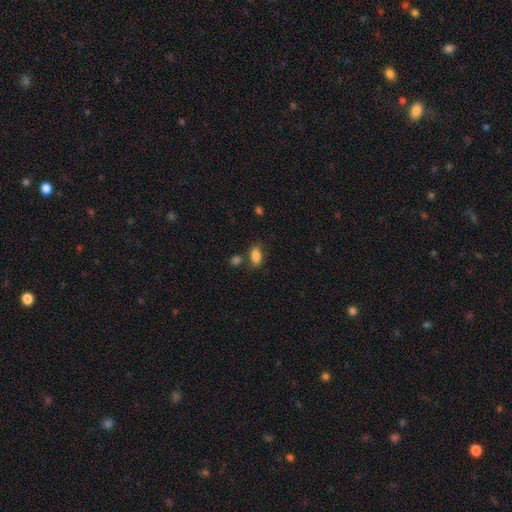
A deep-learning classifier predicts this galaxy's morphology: Smooth or featured?
  - smooth: 84% *
  - star or artifact: 9%
  - featured or disk: 6%
How rounded?
  - in between: 88% *
  - round: 7%
  - cigar-shaped: 5%
Merging?
  - none: 65% *
  - minor disturbance: 17%
  - merger: 12%
  - major disturbance: 6%